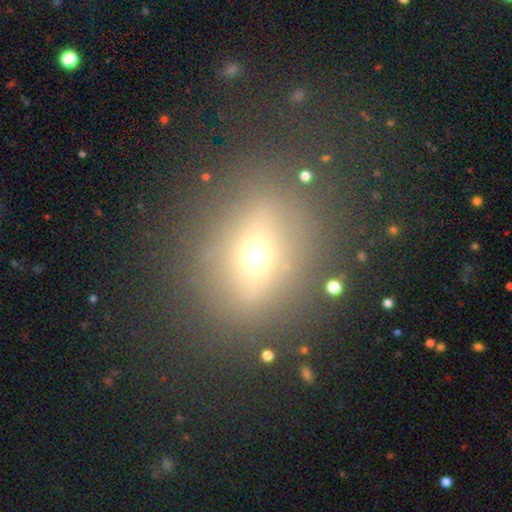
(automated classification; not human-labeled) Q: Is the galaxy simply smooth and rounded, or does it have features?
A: smooth — 48%.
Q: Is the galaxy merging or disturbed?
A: none — 79%.